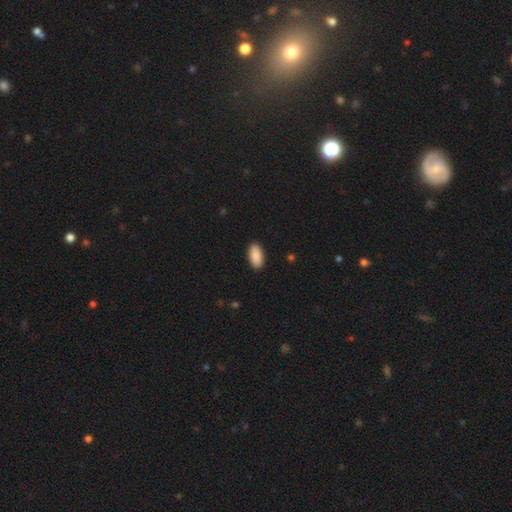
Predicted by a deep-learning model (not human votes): This appears to be a smooth galaxy with no disk features (91%) that is in between round and cigar-shaped (94%). Merging: none (91%).